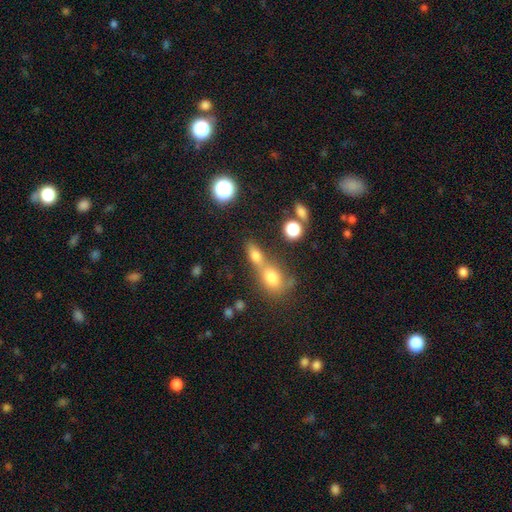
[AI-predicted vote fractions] smooth_or_featured: smooth (p=0.72) [alt: star or artifact p=0.15]
how_rounded: in between (p=0.63) [alt: round p=0.25]
merging: merger (p=0.59) [alt: none p=0.29]